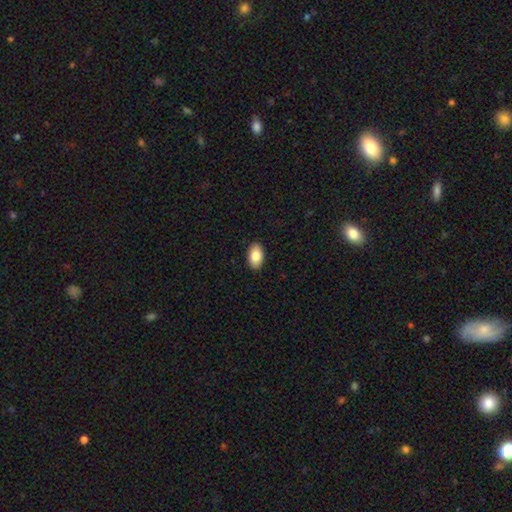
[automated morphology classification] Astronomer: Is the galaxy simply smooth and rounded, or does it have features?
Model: smooth — 84%.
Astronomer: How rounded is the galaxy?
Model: in between — 93%.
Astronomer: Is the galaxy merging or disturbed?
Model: none — 90%.